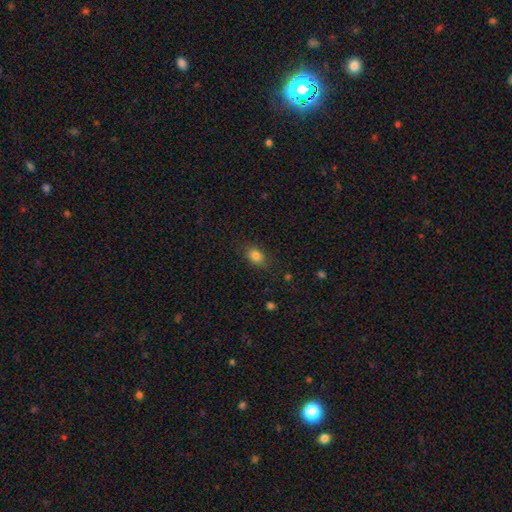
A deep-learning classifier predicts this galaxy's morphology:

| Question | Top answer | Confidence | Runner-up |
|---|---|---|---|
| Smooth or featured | smooth | 84% | star or artifact (10%) |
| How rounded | in between | 70% | round (28%) |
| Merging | none | 83% | minor disturbance (13%) |